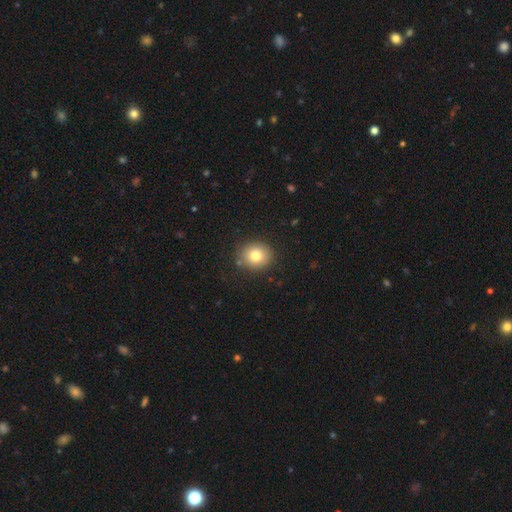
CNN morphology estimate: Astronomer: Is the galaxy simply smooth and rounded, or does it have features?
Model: smooth — 79%.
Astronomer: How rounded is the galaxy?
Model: round — 82%.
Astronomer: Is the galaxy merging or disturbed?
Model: none — 87%.